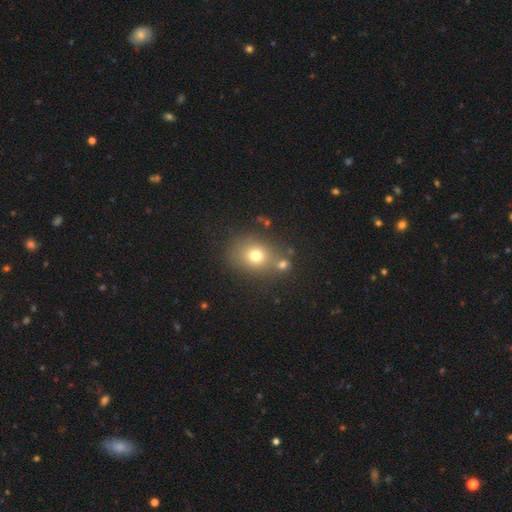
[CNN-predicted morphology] Smooth or featured? smooth (72%)
How rounded? round (62%)
Merging? none (67%)